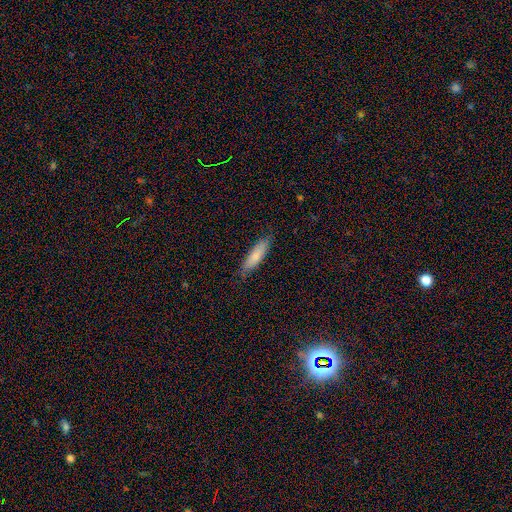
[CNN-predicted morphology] The model was most divided on "how rounded": cigar-shaped: 61%, in between: 37%, round: 2%. More confident: merging — none (81%); smooth or featured — smooth (77%).